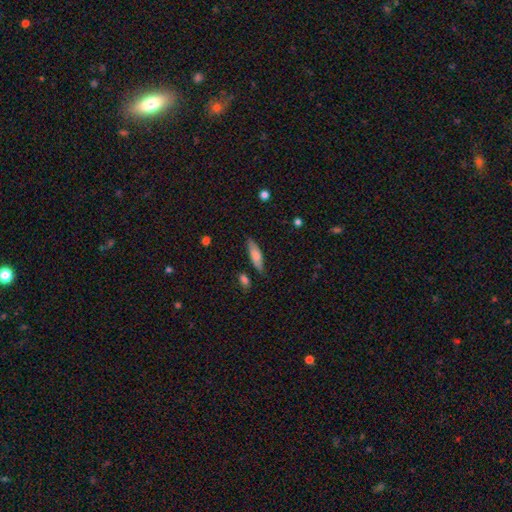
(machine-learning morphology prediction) smooth 77%, featured or disk 17%, star or artifact 6%. Down the decision tree: how rounded — cigar-shaped (57%); merging — none (79%).